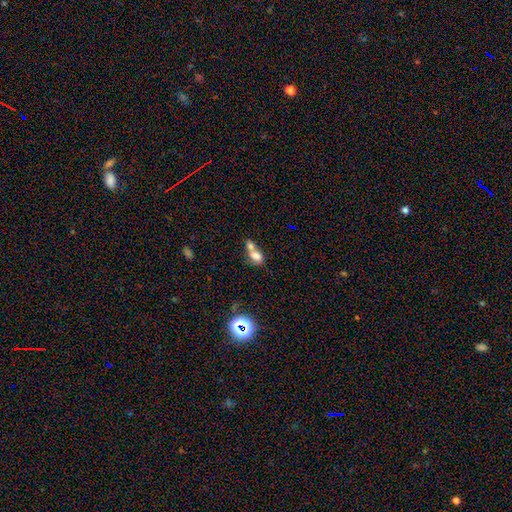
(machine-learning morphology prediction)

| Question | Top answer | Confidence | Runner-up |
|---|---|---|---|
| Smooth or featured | smooth | 71% | featured or disk (16%) |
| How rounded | in between | 77% | round (20%) |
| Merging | merger | 68% | none (19%) |